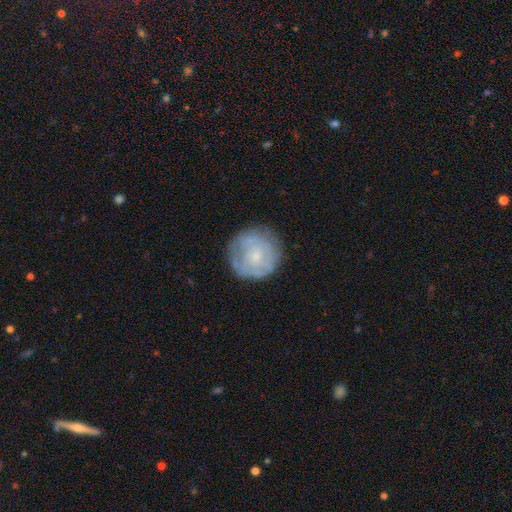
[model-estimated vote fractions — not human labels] Q: Smooth or featured?
A: featured or disk (49%); runner-up: smooth (44%)
Q: Merging?
A: none (76%); runner-up: minor disturbance (16%)